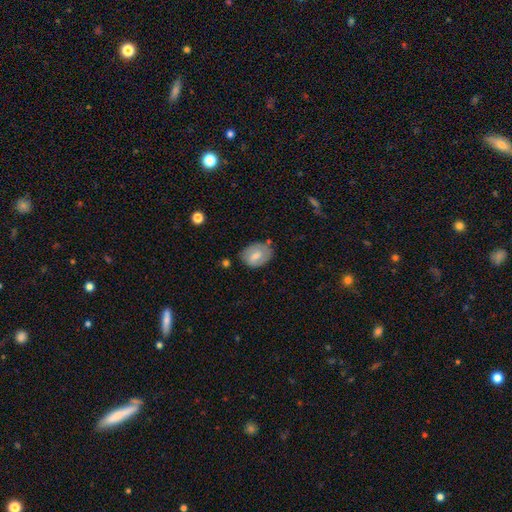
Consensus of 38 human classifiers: This is possibly a smooth galaxy (55%). How rounded: likely in between (67%). Merging: likely none (72%).